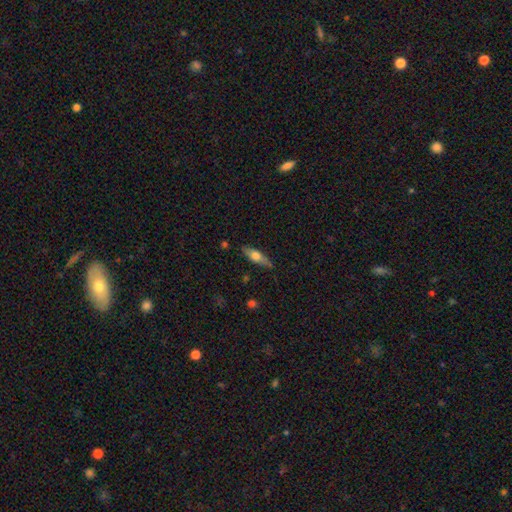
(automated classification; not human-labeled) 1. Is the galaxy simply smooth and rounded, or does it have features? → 54% smooth, 40% featured or disk, 6% star or artifact.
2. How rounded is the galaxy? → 53% cigar-shaped, 44% in between, 3% round.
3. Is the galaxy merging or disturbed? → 82% none, 14% minor disturbance, 3% major disturbance, 2% merger.